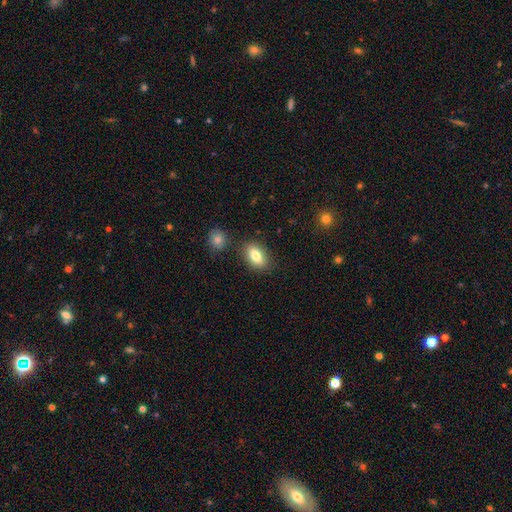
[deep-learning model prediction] This is clearly a smooth galaxy (80%). How rounded: clearly in between (86%). Merging: clearly none (82%).